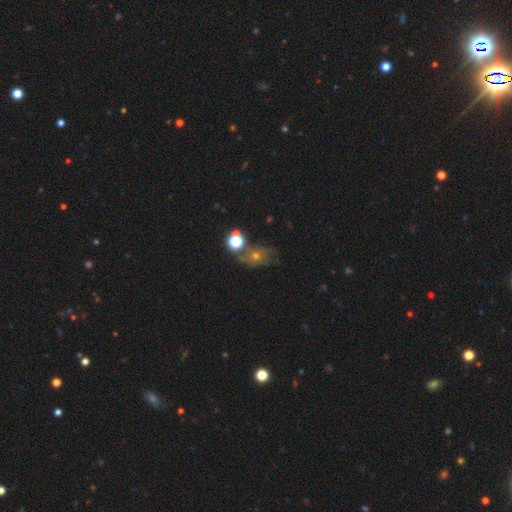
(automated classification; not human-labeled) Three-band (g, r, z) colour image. It shows a smooth galaxy with no disk features (36%). Merging: none (54%).